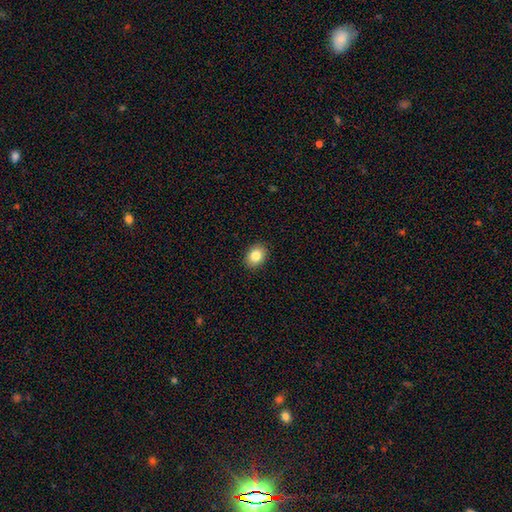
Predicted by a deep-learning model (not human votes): Overall: smooth (85%). How rounded: in between (58%; round 41%). Merging: none (90%).